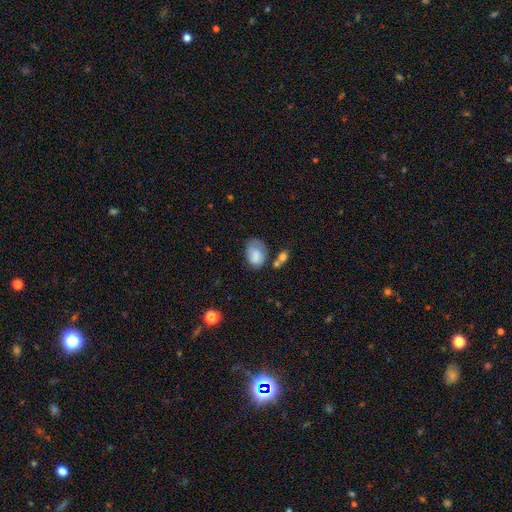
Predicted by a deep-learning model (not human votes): Smooth or featured? smooth (74%)
How rounded? in between (78%)
Merging? none (40%)